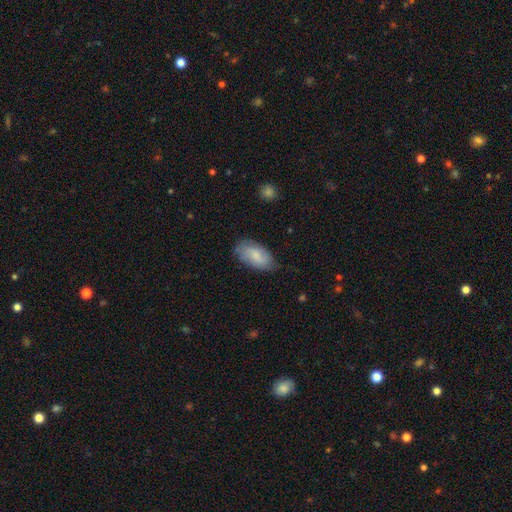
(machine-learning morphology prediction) This appears to be a smooth galaxy with no disk features (72%) that is in between round and cigar-shaped (94%). Merging: none (72%).